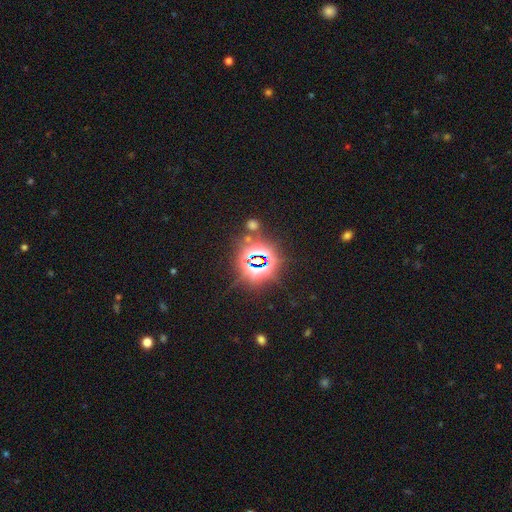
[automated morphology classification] This appears to be a star or artifact, not a galaxy (80%).